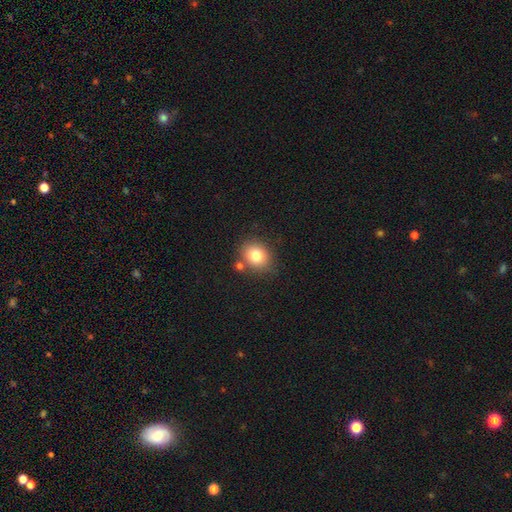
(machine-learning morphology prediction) Q: Smooth or featured?
A: smooth (81%); runner-up: star or artifact (10%)
Q: How rounded?
A: round (54%); runner-up: in between (45%)
Q: Merging?
A: none (75%); runner-up: minor disturbance (12%)